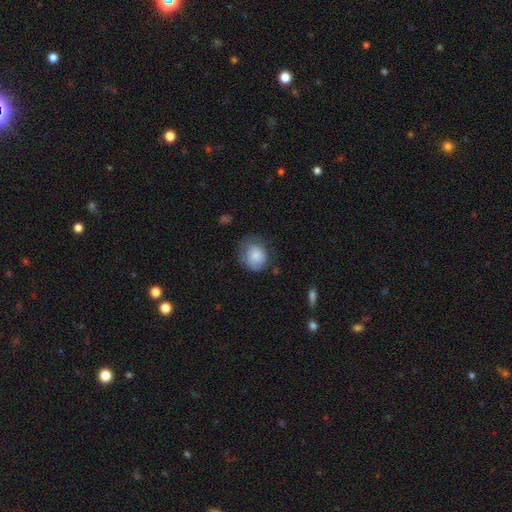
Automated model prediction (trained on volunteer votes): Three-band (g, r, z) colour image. It shows a smooth galaxy with no disk features (77%) that is round (61%). Merging: none (52%).